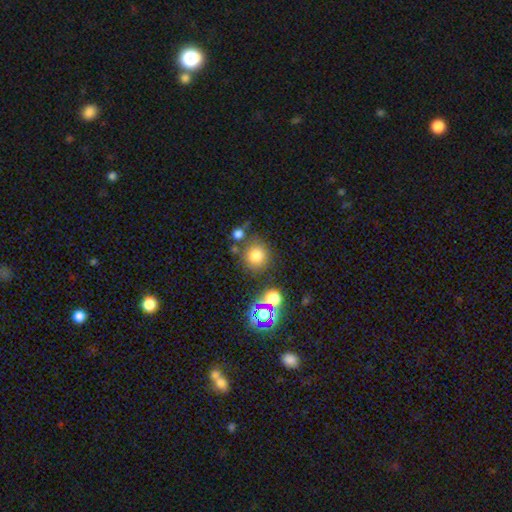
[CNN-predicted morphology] smooth 75%, star or artifact 17%, featured or disk 8%. Down the decision tree: how rounded — round (92%); merging — none (74%).